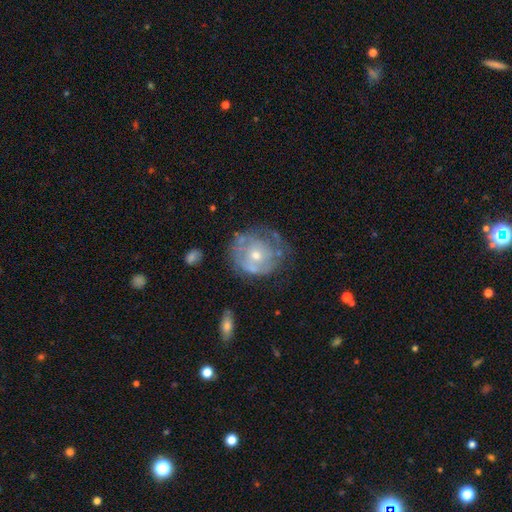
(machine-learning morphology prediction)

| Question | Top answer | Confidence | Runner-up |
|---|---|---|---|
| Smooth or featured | featured or disk | 63% | smooth (29%) |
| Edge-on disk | no | 97% | yes (3%) |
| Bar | no | 84% | weak (13%) |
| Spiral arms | yes | 52% | no (48%) |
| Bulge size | small | 48% | moderate (47%) |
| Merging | none | 55% | minor disturbance (25%) |